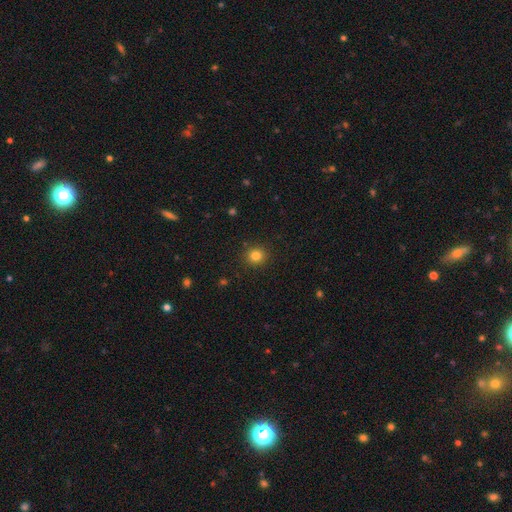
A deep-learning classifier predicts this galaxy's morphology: Q: Smooth or featured?
A: smooth (82%); runner-up: star or artifact (13%)
Q: How rounded?
A: round (89%); runner-up: in between (10%)
Q: Merging?
A: none (91%); runner-up: minor disturbance (6%)